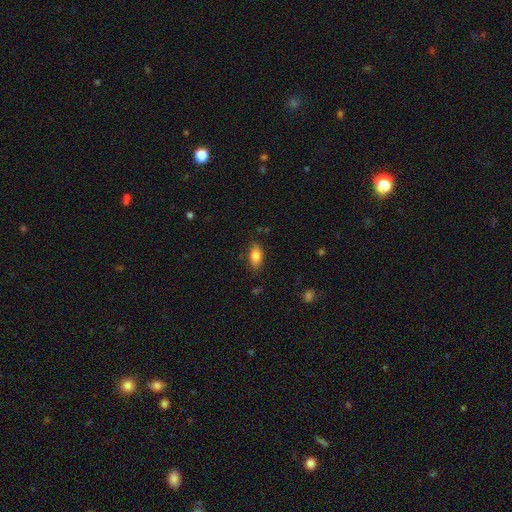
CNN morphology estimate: A smooth galaxy with no disk features (83%) that is in between round and cigar-shaped (89%).

Vote fractions:
- Smooth or featured? smooth: 83% / featured or disk: 9% / star or artifact: 8%
- How rounded? in between: 89% / cigar-shaped: 7% / round: 4%
- Merging? none: 81% / minor disturbance: 14% / major disturbance: 3% / merger: 2%